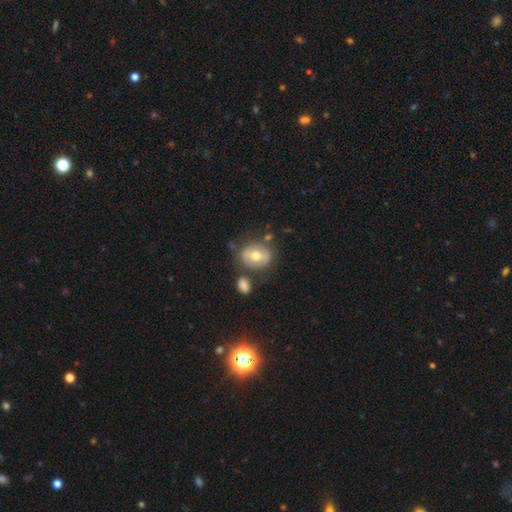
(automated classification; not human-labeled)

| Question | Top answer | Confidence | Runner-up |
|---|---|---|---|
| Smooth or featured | smooth | 55% | featured or disk (36%) |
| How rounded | round | 57% | in between (42%) |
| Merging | none | 68% | minor disturbance (15%) |